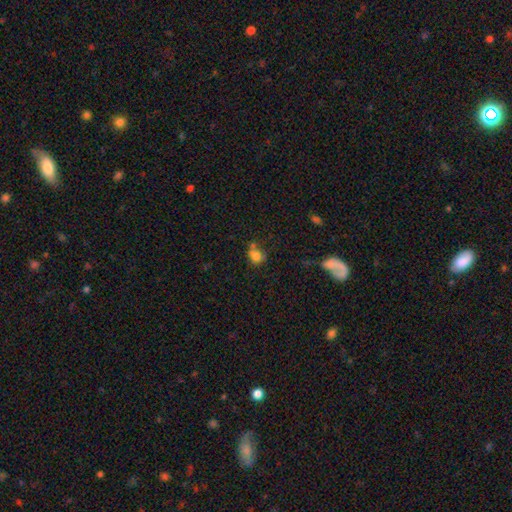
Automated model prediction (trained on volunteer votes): Overall: smooth (73%). How rounded: round (63%; in between 36%). Merging: none (42%; merger 31%).